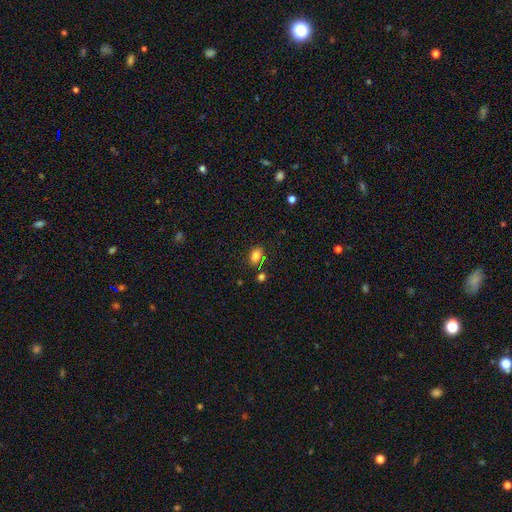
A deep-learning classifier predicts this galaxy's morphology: A smooth galaxy with no disk features (80%) that is in between round and cigar-shaped (81%). Merging: none (75%).